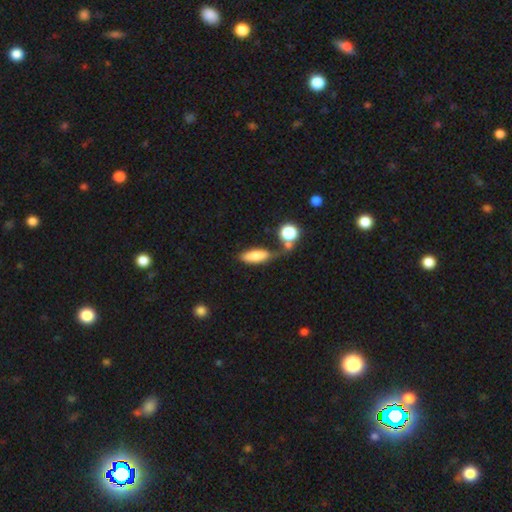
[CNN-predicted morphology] Smooth or featured?
  - smooth: 77% *
  - featured or disk: 14%
  - star or artifact: 9%
How rounded?
  - in between: 67% *
  - cigar-shaped: 29%
  - round: 4%
Merging?
  - none: 48% *
  - minor disturbance: 22%
  - merger: 19%
  - major disturbance: 11%